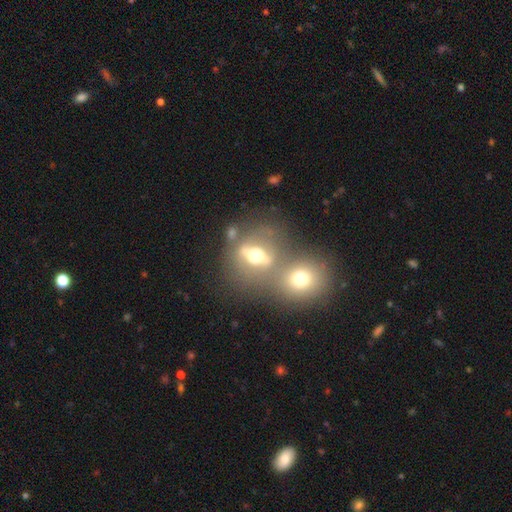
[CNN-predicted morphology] This is possibly a featured or disk galaxy (51%). It is likely not viewed edge-on (70%). Merging: possibly merger (47%).